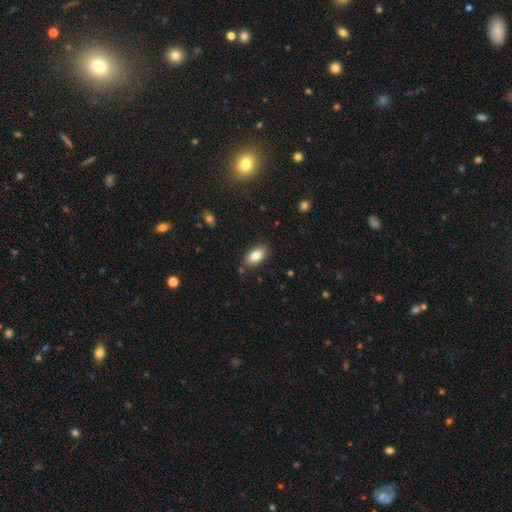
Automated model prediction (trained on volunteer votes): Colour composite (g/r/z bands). It shows a smooth galaxy with no disk features (82%) that is in between round and cigar-shaped (93%). Merging: none (84%).